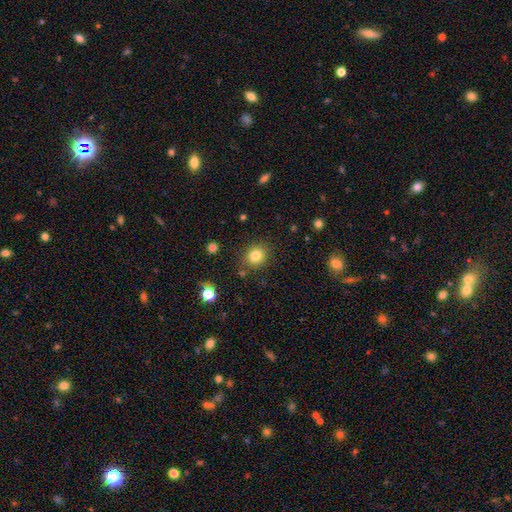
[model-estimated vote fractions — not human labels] Morphology: type=smooth (82%); roundness=round (78%); merging=none (84%).